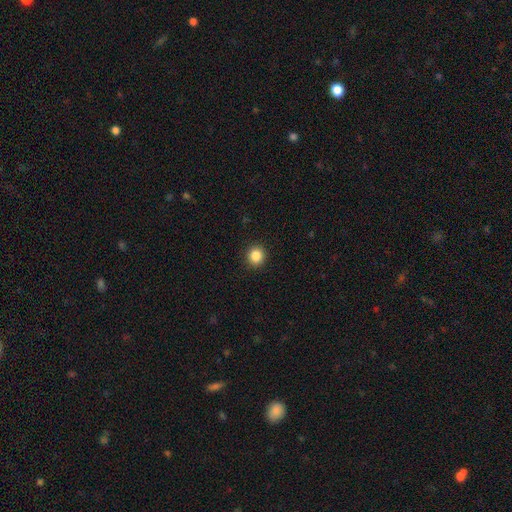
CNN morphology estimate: Smooth or featured?
  - smooth: 86% *
  - star or artifact: 10%
  - featured or disk: 4%
How rounded?
  - round: 89% *
  - in between: 10%
  - cigar-shaped: 1%
Merging?
  - none: 92% *
  - minor disturbance: 5%
  - major disturbance: 2%
  - merger: 1%